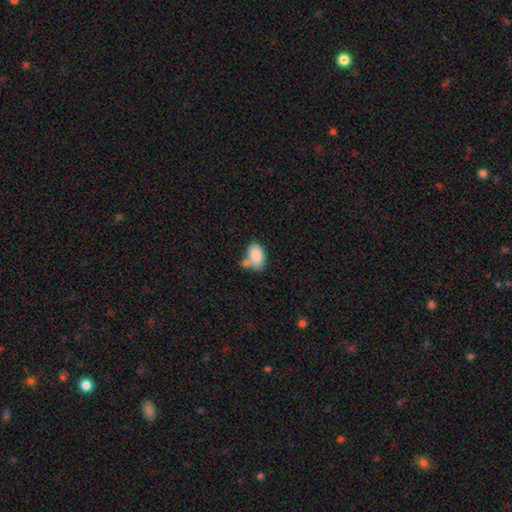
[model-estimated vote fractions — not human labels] Smooth or featured: smooth — 84% (featured or disk — 9%)
How rounded: in between — 90% (round — 9%)
Merging: none — 44% (merger — 30%)